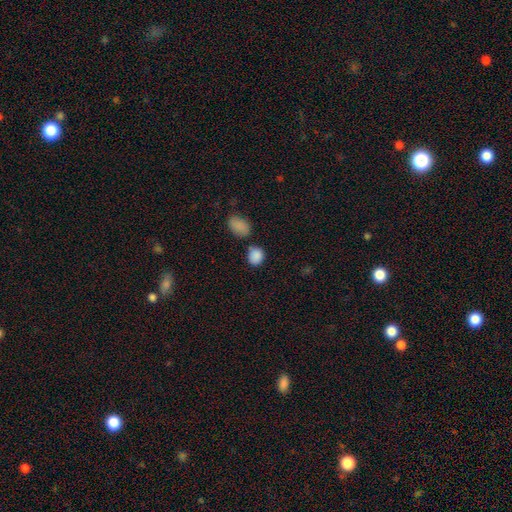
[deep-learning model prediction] This is clearly a smooth galaxy (87%). How rounded: likely round (62%). Merging: likely none (66%).